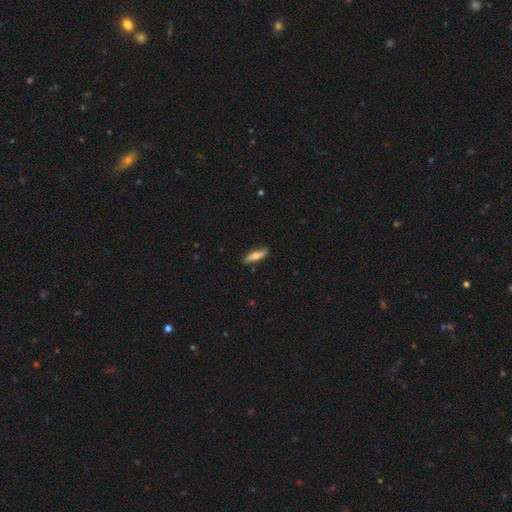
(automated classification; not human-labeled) A smooth galaxy with no disk features (59%) that is cigar-shaped (67%). Merging: none (85%).